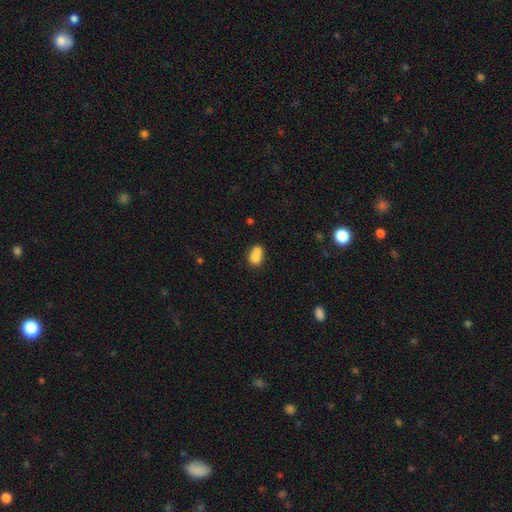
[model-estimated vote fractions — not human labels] This is likely a smooth galaxy (73%). How rounded: possibly round (52%). Merging: likely merger (63%).